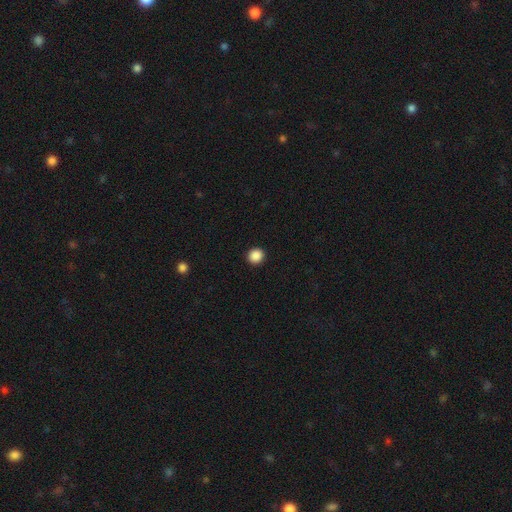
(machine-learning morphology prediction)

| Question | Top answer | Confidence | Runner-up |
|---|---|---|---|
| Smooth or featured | smooth | 88% | star or artifact (9%) |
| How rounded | round | 91% | in between (8%) |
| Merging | none | 93% | minor disturbance (4%) |